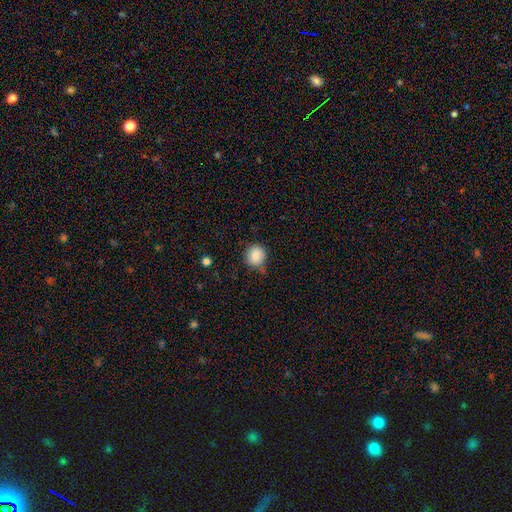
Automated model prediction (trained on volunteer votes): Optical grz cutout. It shows a smooth galaxy with no disk features (86%) that is round (87%). Merging: none (76%).